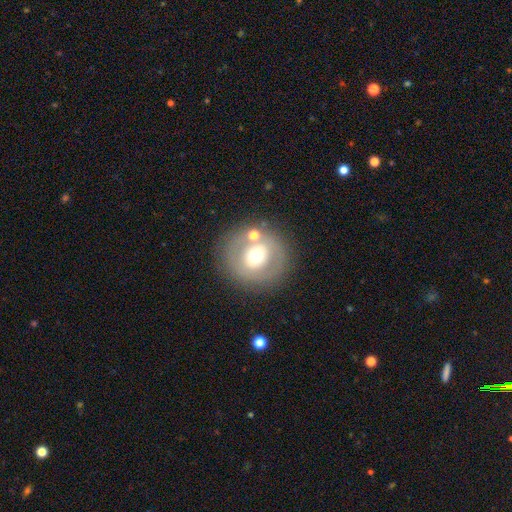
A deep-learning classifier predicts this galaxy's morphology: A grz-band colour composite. It shows a smooth galaxy with no disk features (51%) that is round (90%). Merging: none (76%).